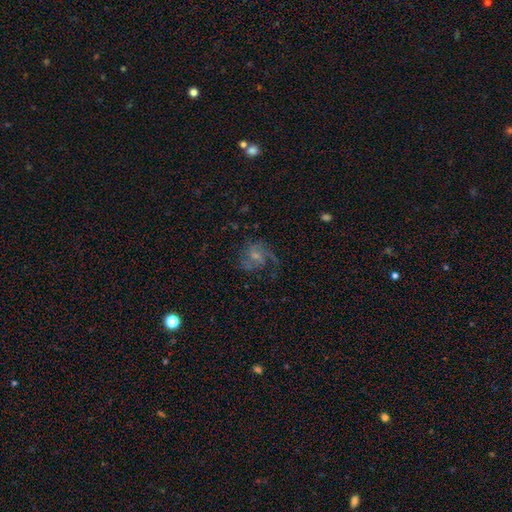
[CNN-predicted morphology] smooth_or_featured: featured or disk (p=0.64) [alt: smooth p=0.26]
disk_edge_on: no (p=0.97) [alt: yes p=0.03]
bar: no (p=0.53) [alt: weak p=0.41]
has_spiral_arms: yes (p=0.86) [alt: no p=0.14]
spiral_winding: loose (p=0.44) [alt: medium p=0.42]
spiral_arm_count: 2 (p=0.36) [alt: 1 p=0.32]
bulge_size: small (p=0.46) [alt: moderate p=0.33]
merging: none (p=0.50) [alt: major disturbance p=0.28]